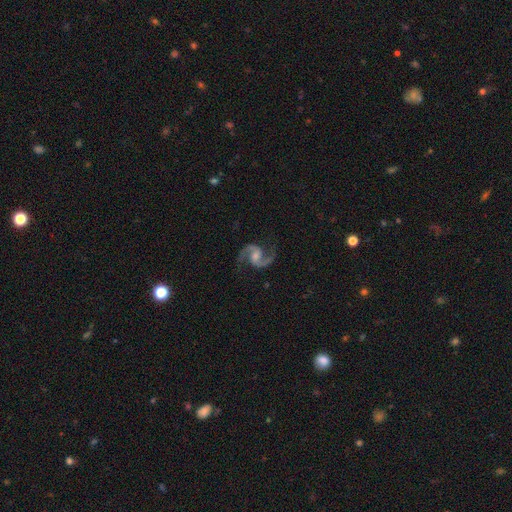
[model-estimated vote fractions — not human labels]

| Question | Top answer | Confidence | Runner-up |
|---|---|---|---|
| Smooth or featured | featured or disk | 94% | star or artifact (4%) |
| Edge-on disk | no | 98% | yes (2%) |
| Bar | weak | 44% | no (42%) |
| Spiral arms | yes | 99% | no (1%) |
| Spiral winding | medium | 59% | loose (32%) |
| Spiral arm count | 2 | 95% | 3 (1%) |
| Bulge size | moderate | 42% | tied: small (42%) |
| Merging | none | 83% | minor disturbance (12%) |